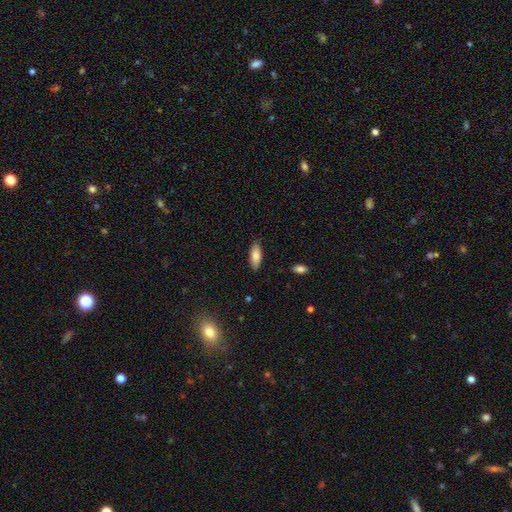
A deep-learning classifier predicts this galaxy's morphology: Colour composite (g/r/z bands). It shows a smooth galaxy with no disk features (82%) that is in between round and cigar-shaped (73%). Merging: none (86%).